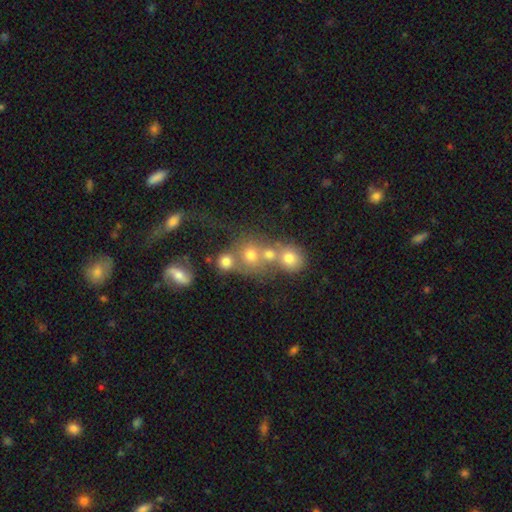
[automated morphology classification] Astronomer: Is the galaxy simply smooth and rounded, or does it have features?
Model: smooth — 47% (runner-up: star or artifact, 29%).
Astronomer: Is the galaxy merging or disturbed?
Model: merger — 53% (runner-up: none, 34%).